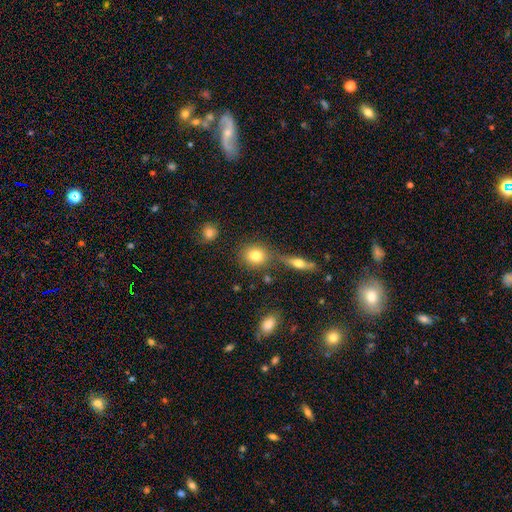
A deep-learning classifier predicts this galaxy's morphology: Overall: smooth (79%). How rounded: round (76%). Merging: none (73%).